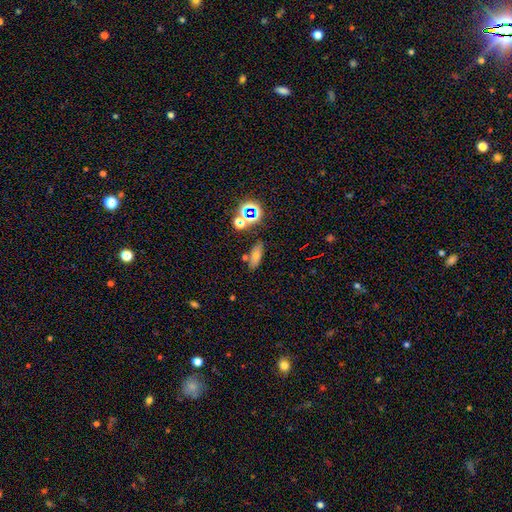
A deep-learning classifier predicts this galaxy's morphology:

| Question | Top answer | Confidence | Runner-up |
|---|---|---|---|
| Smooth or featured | smooth | 66% | star or artifact (20%) |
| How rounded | in between | 69% | cigar-shaped (24%) |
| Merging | none | 76% | minor disturbance (12%) |